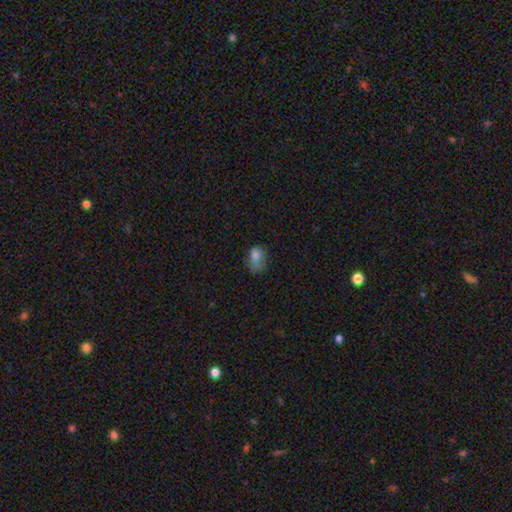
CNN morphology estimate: A smooth galaxy with no disk features (74%) that is in between round and cigar-shaped (72%).

Vote fractions:
- Smooth or featured? smooth: 74% / featured or disk: 14% / star or artifact: 12%
- How rounded? in between: 72% / round: 27% / cigar-shaped: 1%
- Merging? minor disturbance: 34% / major disturbance: 31% / none: 30% / merger: 4%